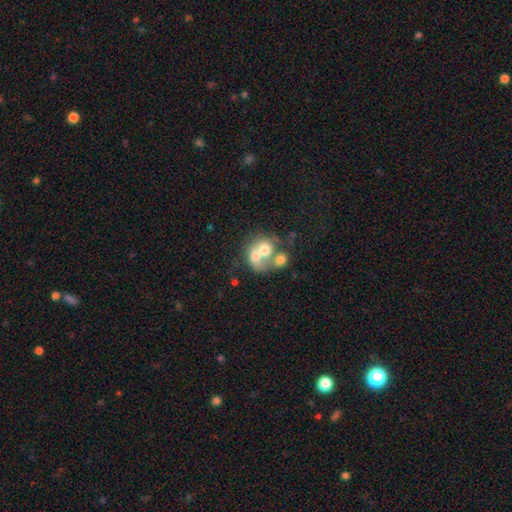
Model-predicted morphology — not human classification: A smooth galaxy with no disk features (57%) that is round (60%).

Vote fractions:
- Smooth or featured? smooth: 57% / featured or disk: 33% / star or artifact: 10%
- How rounded? round: 60% / in between: 39% / cigar-shaped: 1%
- Merging? merger: 69% / none: 17% / major disturbance: 7% / minor disturbance: 6%